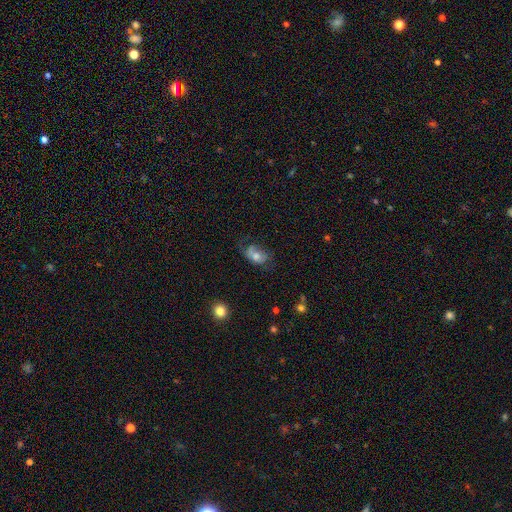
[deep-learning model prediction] A smooth galaxy with no disk features (56%) that is in between round and cigar-shaped (85%).

Vote fractions:
- Smooth or featured? smooth: 56% / featured or disk: 33% / star or artifact: 11%
- How rounded? in between: 85% / round: 12% / cigar-shaped: 3%
- Merging? none: 46% / minor disturbance: 29% / major disturbance: 23% / merger: 2%